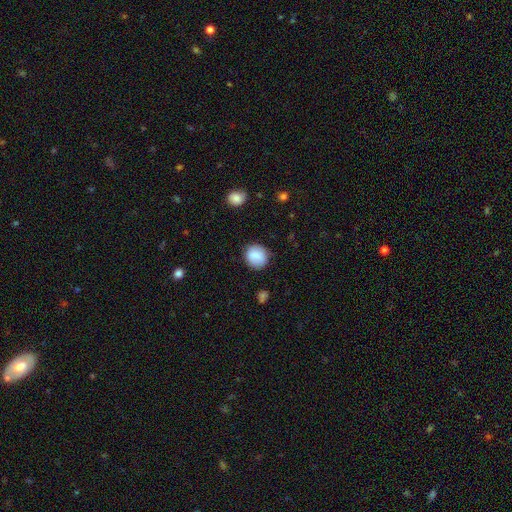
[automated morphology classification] type=smooth (84%); roundness=round (80%); merging=none (84%).